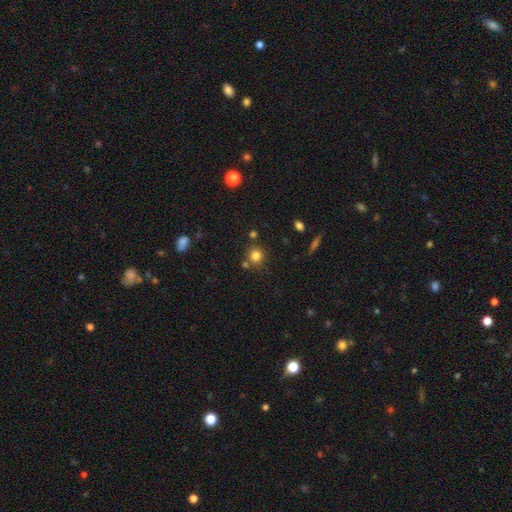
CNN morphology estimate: This appears to be a smooth galaxy with no disk features (80%) that is round (90%). Merging: none (76%).